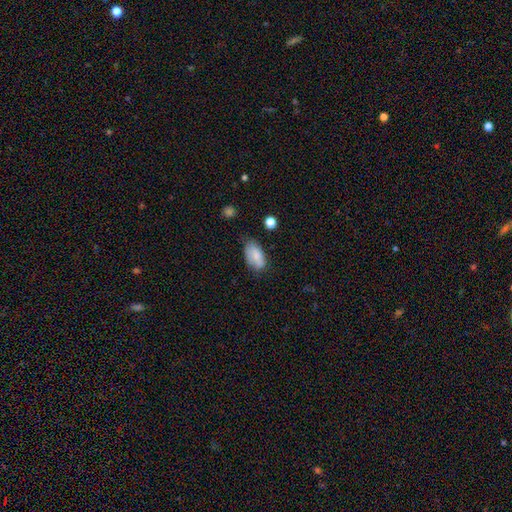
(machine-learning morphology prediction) Q: Smooth or featured?
A: smooth (80%); runner-up: featured or disk (12%)
Q: How rounded?
A: in between (93%); runner-up: round (4%)
Q: Merging?
A: none (58%); runner-up: minor disturbance (31%)